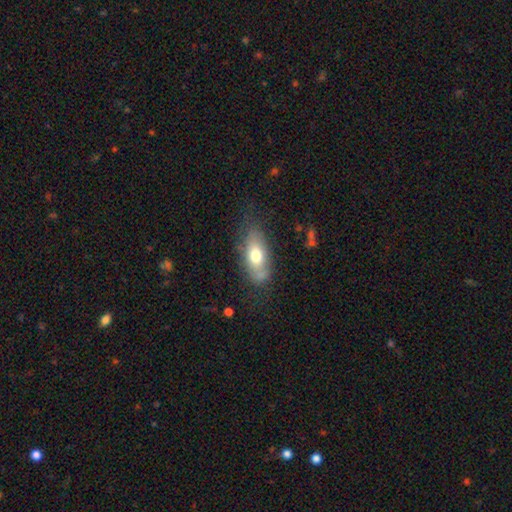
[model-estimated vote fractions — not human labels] Smooth or featured?
  - smooth: 66% *
  - featured or disk: 27%
  - star or artifact: 7%
How rounded?
  - in between: 84% *
  - cigar-shaped: 11%
  - round: 5%
Merging?
  - none: 65% *
  - minor disturbance: 23%
  - major disturbance: 8%
  - merger: 4%